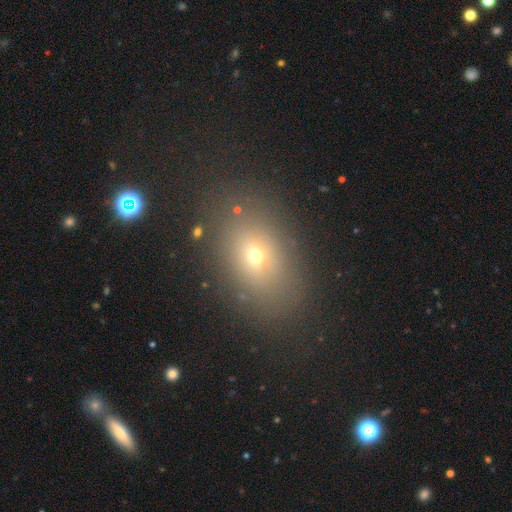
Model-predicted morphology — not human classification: Overall: smooth (63%). How rounded: in between (69%). Merging: none (80%).